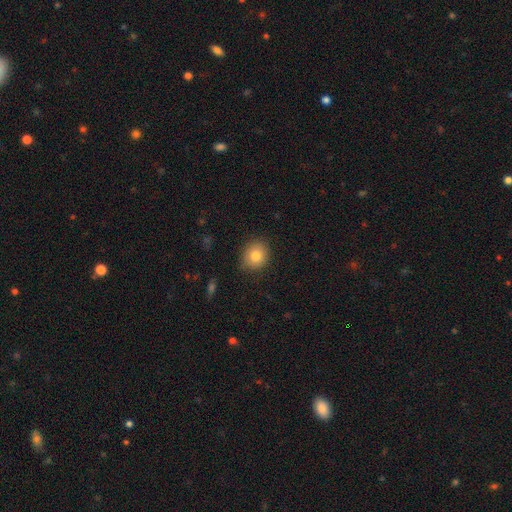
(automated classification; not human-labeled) This appears to be a smooth galaxy with no disk features (81%) that is round (71%). Merging: none (85%).